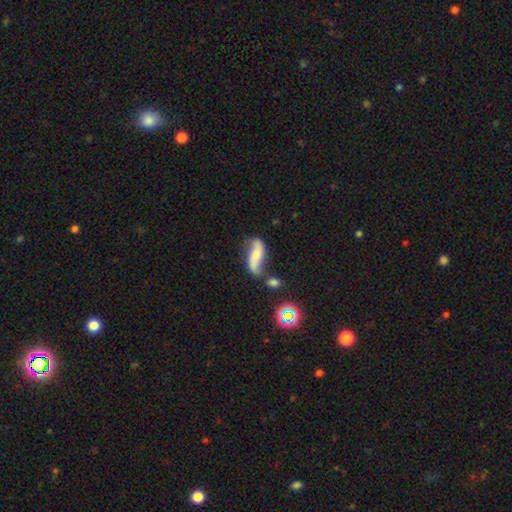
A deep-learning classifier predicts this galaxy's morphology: The model was most divided on "bulge size": small: 36%, moderate: 32%, none: 22%, large: 7%, dominant: 3%. Remaining: edge-on disk — no (88%); spiral arms — yes (88%); smooth or featured — featured or disk (61%); bar — no (53%); merging — none (49%).